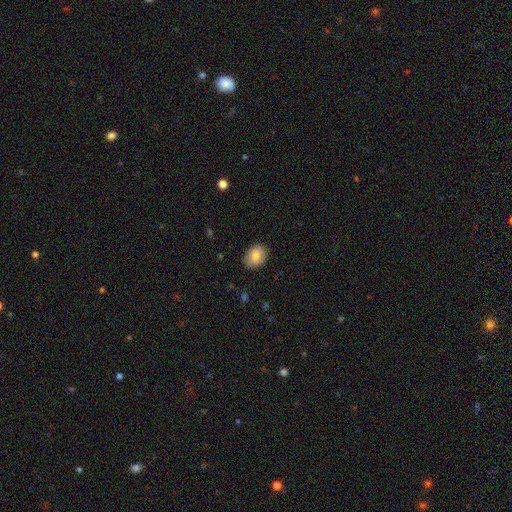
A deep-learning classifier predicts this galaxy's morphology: smooth_or_featured: smooth (p=0.82) [alt: featured or disk p=0.11]
how_rounded: in between (p=0.69) [alt: round p=0.30]
merging: none (p=0.85) [alt: minor disturbance p=0.12]